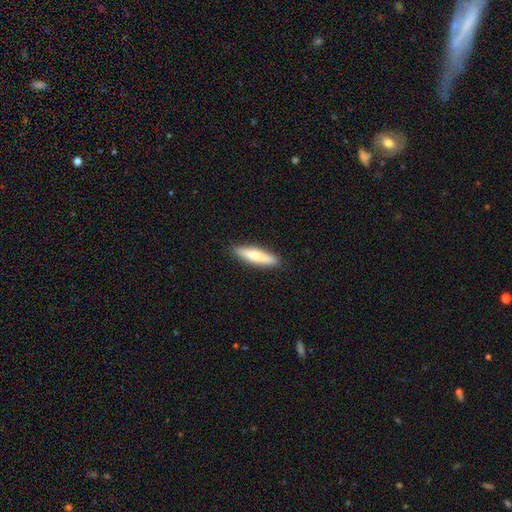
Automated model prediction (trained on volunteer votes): smooth_or_featured: smooth (p=0.73) [alt: featured or disk p=0.22]
how_rounded: cigar-shaped (p=0.82) [alt: in between p=0.16]
merging: none (p=0.89) [alt: minor disturbance p=0.08]